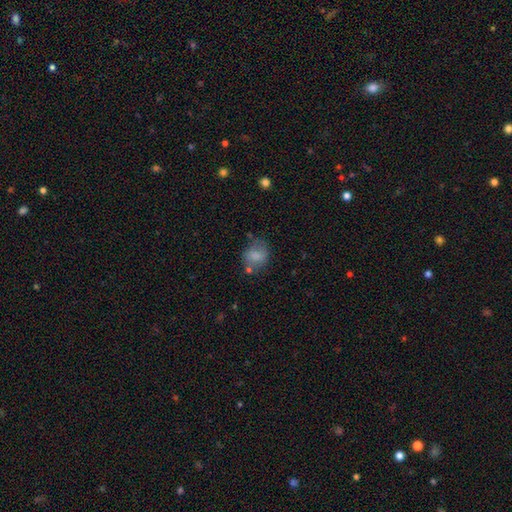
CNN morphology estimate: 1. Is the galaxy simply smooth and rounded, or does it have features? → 74% smooth, 16% featured or disk, 9% star or artifact.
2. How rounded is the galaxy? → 59% round, 40% in between, 1% cigar-shaped.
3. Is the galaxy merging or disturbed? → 58% none, 23% minor disturbance, 10% major disturbance, 9% merger.